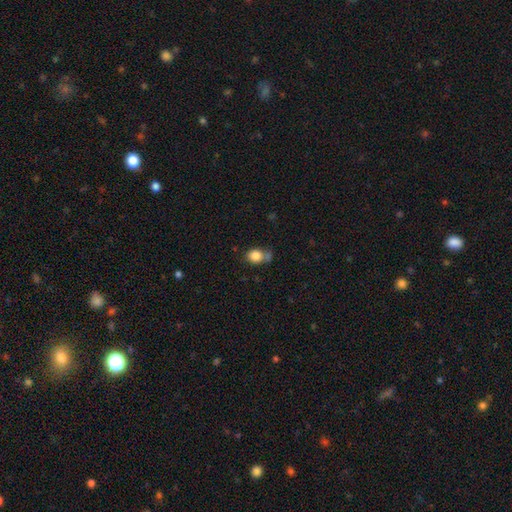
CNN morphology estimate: smooth 84%, star or artifact 10%, featured or disk 6%. Down the decision tree: how rounded — round (66%); merging — none (55%).